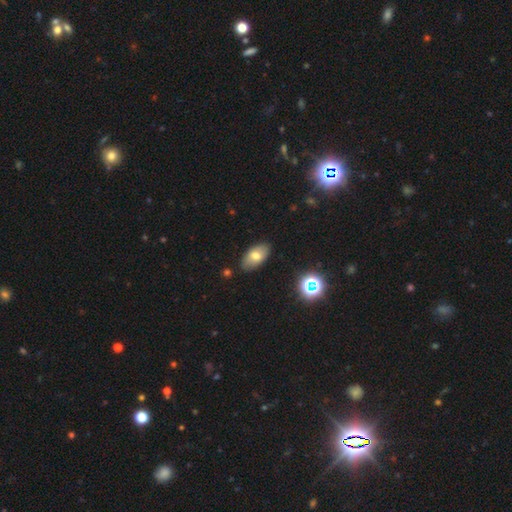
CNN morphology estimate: smooth_or_featured: smooth (p=0.70) [alt: featured or disk p=0.20]
how_rounded: in between (p=0.93) [alt: round p=0.04]
merging: none (p=0.85) [alt: minor disturbance p=0.11]